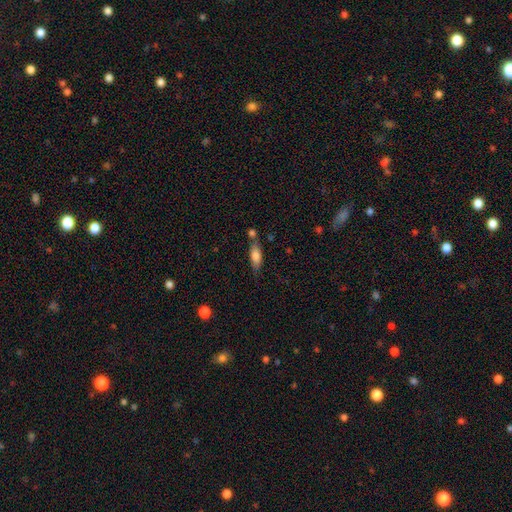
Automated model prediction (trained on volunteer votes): Q: Smooth or featured?
A: smooth (76%); runner-up: featured or disk (17%)
Q: How rounded?
A: in between (66%); runner-up: cigar-shaped (31%)
Q: Merging?
A: none (59%); runner-up: merger (19%)